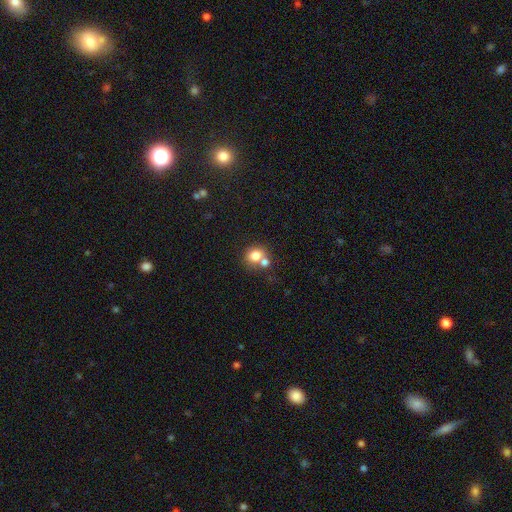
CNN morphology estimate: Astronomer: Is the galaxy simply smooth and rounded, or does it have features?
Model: smooth — 77%.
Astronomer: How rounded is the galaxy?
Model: round — 70%.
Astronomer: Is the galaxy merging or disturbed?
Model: merger — 44% (runner-up: none, 43%).